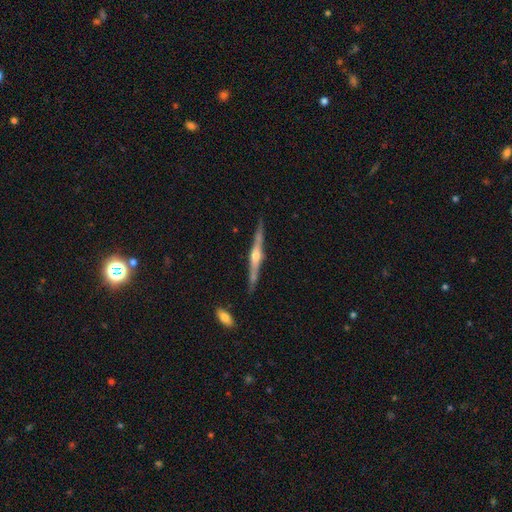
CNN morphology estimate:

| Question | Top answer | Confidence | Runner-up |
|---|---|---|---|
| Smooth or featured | featured or disk | 82% | smooth (12%) |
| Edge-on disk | yes | 98% | no (2%) |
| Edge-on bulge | rounded | 87% | boxy (7%) |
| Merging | none | 88% | minor disturbance (9%) |